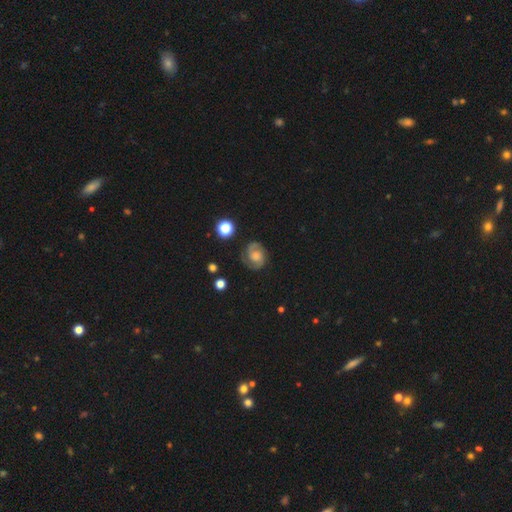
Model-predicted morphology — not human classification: Smooth or featured?
  - featured or disk: 76% *
  - smooth: 16%
  - star or artifact: 8%
Edge-on disk?
  - no: 98% *
  - yes: 2%
Bar?
  - no: 64% *
  - weak: 31%
  - strong: 5%
Spiral arms?
  - yes: 96% *
  - no: 4%
Spiral winding?
  - medium: 45% *
  - tight: 44%
  - loose: 11%
Spiral arm count?
  - 2: 86% *
  - can't tell: 6%
  - 3: 3%
  - 1: 3%
  - 4: 1%
  - more than 4: 1%
Bulge size?
  - moderate: 34% *
  - small: 22%
  - large: 21%
  - none: 21%
  - dominant: 3%
Merging?
  - none: 78% *
  - minor disturbance: 15%
  - major disturbance: 6%
  - merger: 2%